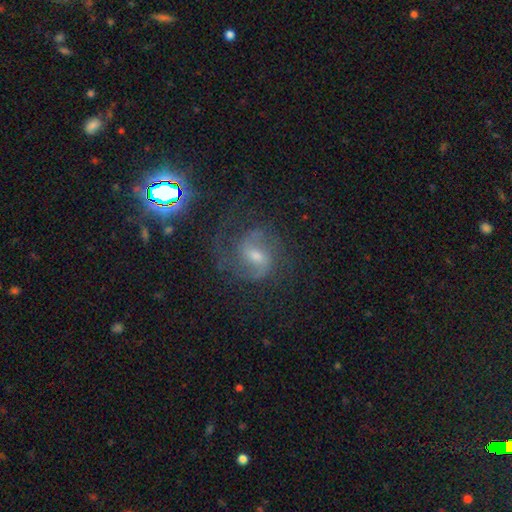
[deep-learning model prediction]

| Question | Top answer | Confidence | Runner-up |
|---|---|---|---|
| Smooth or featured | featured or disk | 76% | star or artifact (15%) |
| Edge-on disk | no | 97% | yes (3%) |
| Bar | weak | 52% | no (25%) |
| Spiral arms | yes | 96% | no (4%) |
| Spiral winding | medium | 54% | loose (25%) |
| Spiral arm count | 2 | 79% | can't tell (9%) |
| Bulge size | small | 49% | moderate (43%) |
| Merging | none | 71% | minor disturbance (15%) |